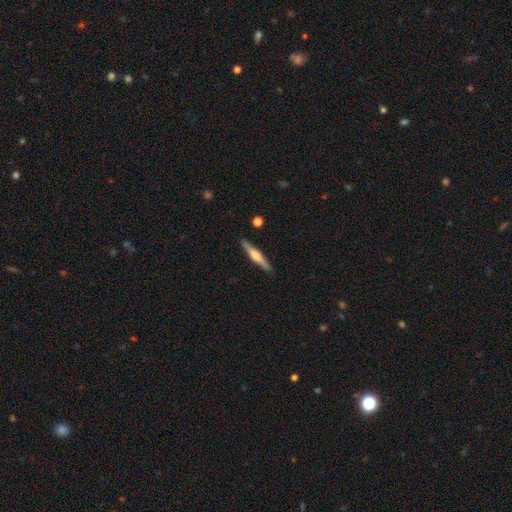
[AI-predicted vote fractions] featured or disk 61%, smooth 34%, star or artifact 6%. Down the decision tree: edge-on disk — yes (97%); edge-on bulge — rounded (69%); merging — none (90%).